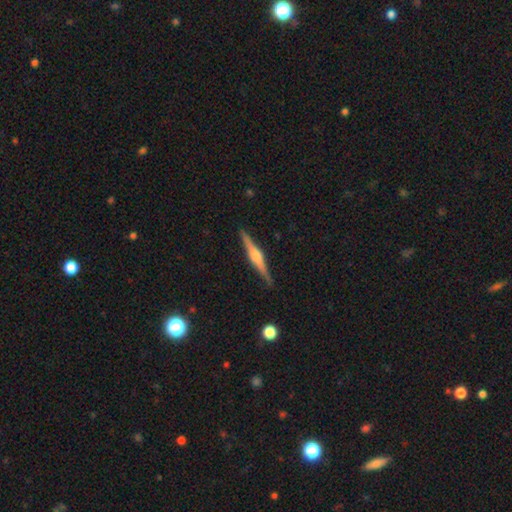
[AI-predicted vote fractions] Smooth or featured? Predicted: featured or disk (p=0.79). Edge-on disk? Predicted: yes (p=0.98). Edge-on bulge? Predicted: rounded (p=0.84). Merging? Predicted: none (p=0.91).